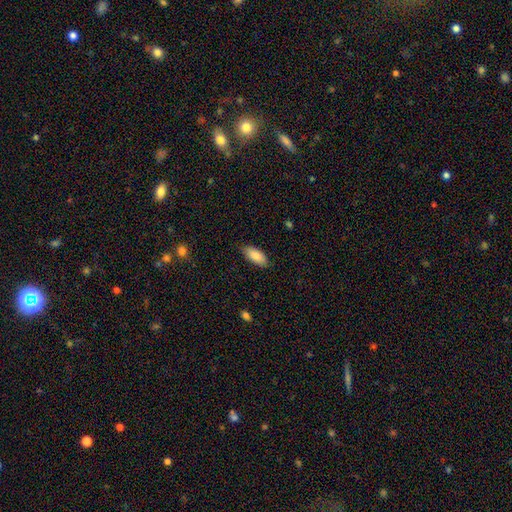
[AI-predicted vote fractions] Smooth or featured?
  - smooth: 87% *
  - featured or disk: 7%
  - star or artifact: 6%
How rounded?
  - in between: 89% *
  - cigar-shaped: 9%
  - round: 2%
Merging?
  - none: 84% *
  - minor disturbance: 12%
  - major disturbance: 2%
  - merger: 1%